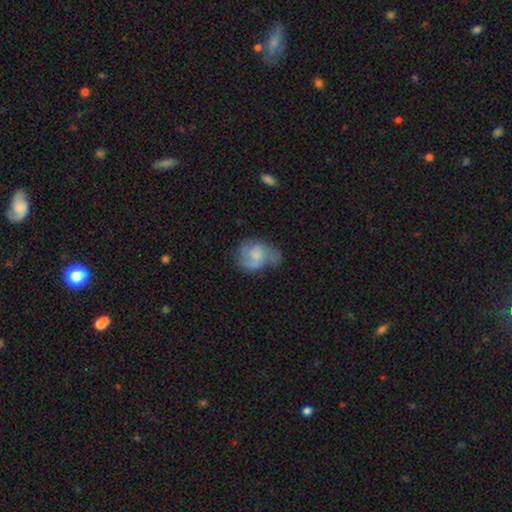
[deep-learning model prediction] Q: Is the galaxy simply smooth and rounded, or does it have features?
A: featured or disk — 50%.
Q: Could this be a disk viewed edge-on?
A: no — 97%.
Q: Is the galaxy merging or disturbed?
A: none — 44%.